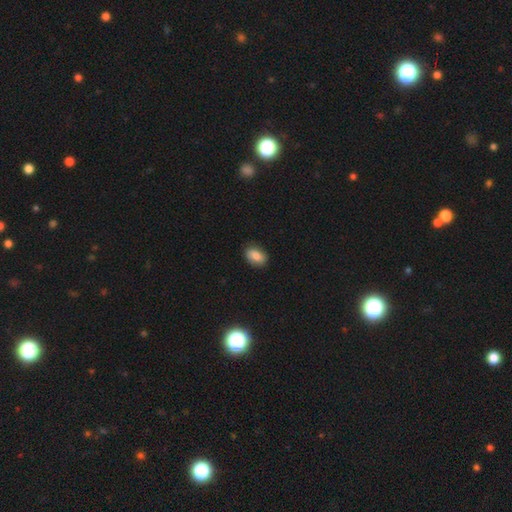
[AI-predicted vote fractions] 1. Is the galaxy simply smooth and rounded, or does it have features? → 80% smooth, 12% featured or disk, 9% star or artifact.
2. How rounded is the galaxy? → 85% in between, 13% round, 2% cigar-shaped.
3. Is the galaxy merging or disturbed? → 84% none, 12% minor disturbance, 2% major disturbance, 1% merger.